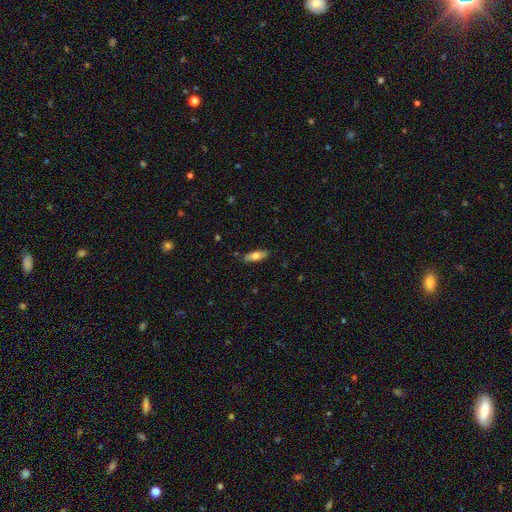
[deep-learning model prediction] smooth 71%, featured or disk 22%, star or artifact 6%. Down the decision tree: how rounded — in between (68%); merging — none (85%).